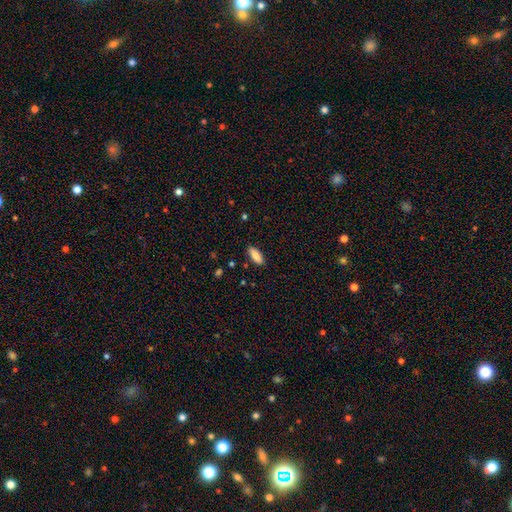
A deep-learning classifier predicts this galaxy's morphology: The model was most divided on "how rounded": in between: 74%, cigar-shaped: 25%, round: 2%. More confident: merging — none (87%); smooth or featured — smooth (87%).